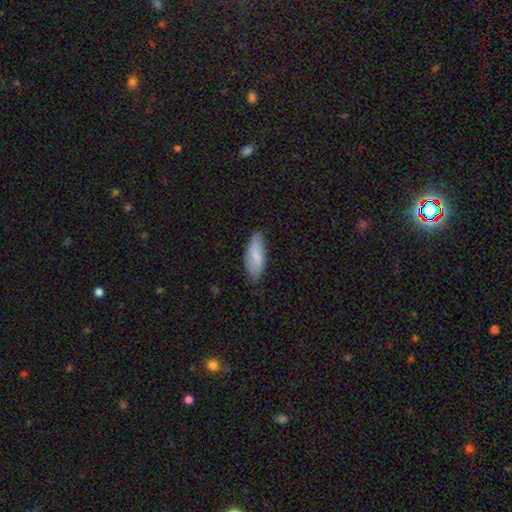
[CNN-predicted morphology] Q: Smooth or featured?
A: smooth (72%); runner-up: featured or disk (22%)
Q: How rounded?
A: in between (76%); runner-up: cigar-shaped (22%)
Q: Merging?
A: none (71%); runner-up: minor disturbance (24%)